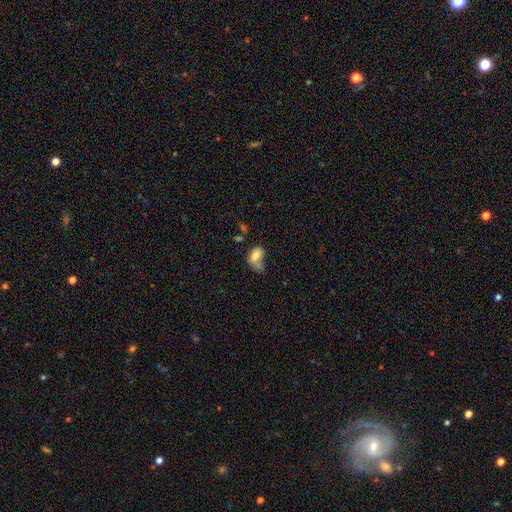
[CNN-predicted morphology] smooth 74%, featured or disk 16%, star or artifact 10%. Down the decision tree: how rounded — in between (85%); merging — merger (31%).